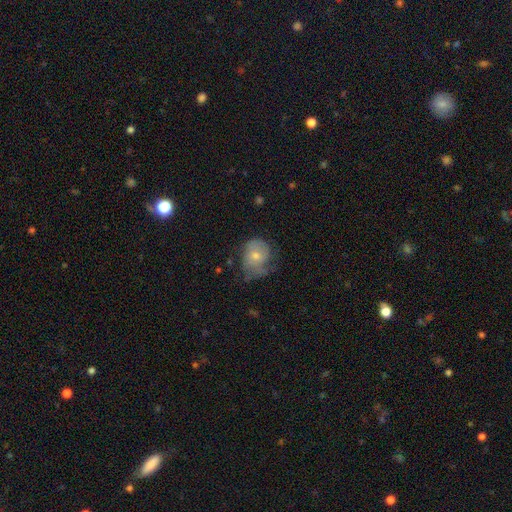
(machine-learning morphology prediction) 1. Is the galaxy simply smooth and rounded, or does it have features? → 53% smooth, 39% featured or disk, 8% star or artifact.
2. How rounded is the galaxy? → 57% round, 42% in between, 1% cigar-shaped.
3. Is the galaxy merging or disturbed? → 36% none, 34% minor disturbance, 27% major disturbance, 2% merger.